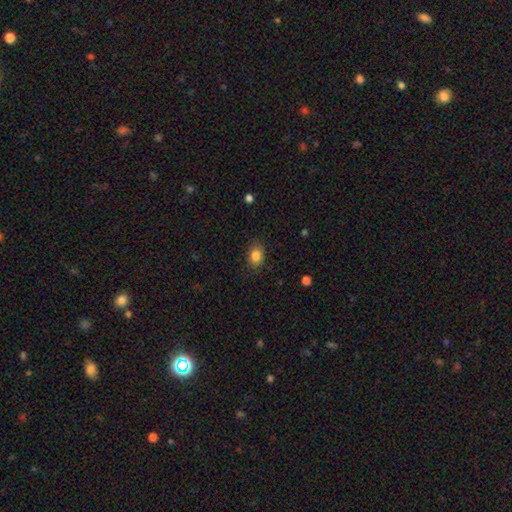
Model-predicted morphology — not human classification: smooth_or_featured: smooth (p=0.84) [alt: star or artifact p=0.10]
how_rounded: in between (p=0.63) [alt: round p=0.36]
merging: none (p=0.84) [alt: minor disturbance p=0.12]